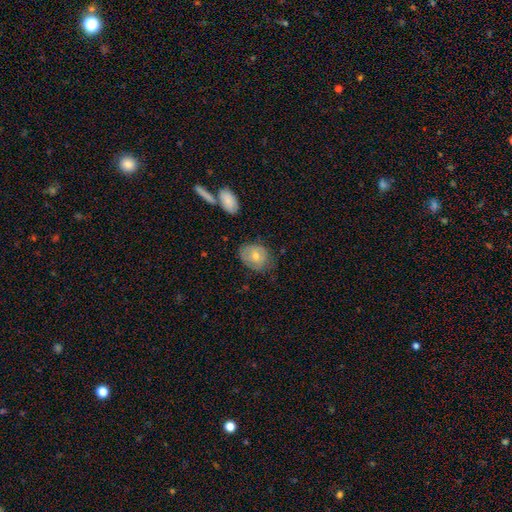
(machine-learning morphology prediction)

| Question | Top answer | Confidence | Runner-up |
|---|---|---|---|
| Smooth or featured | smooth | 59% | featured or disk (32%) |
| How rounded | in between | 52% | round (47%) |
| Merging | none | 65% | minor disturbance (25%) |